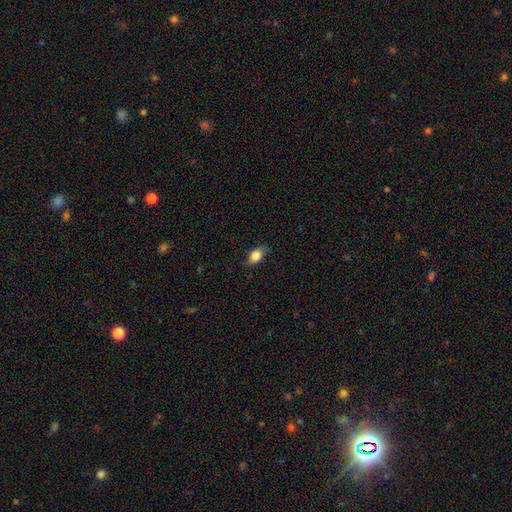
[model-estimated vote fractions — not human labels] smooth-or-featured: smooth: 82% | featured or disk: 10% | star or artifact: 8%
  how-rounded: in between: 84% | round: 12% | cigar-shaped: 4%
  merging: none: 80% | minor disturbance: 16% | major disturbance: 3% | merger: 1%